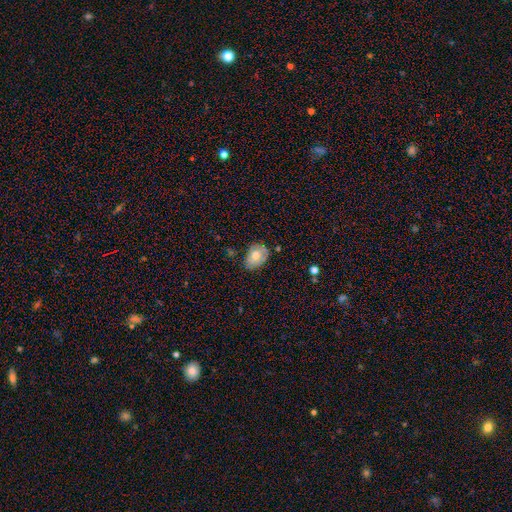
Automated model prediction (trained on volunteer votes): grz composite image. It shows a smooth galaxy with no disk features (62%) that is in between round and cigar-shaped (70%). Merging: none (60%).